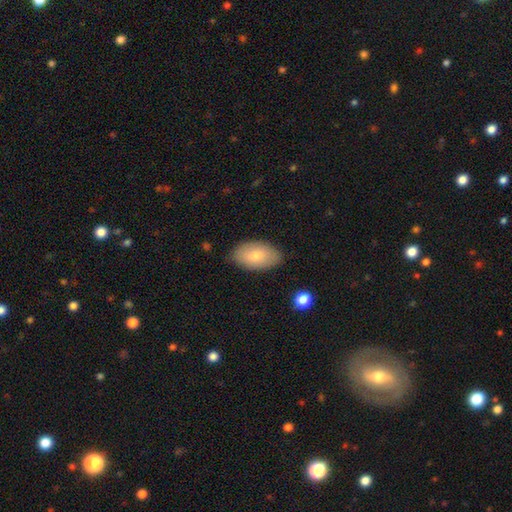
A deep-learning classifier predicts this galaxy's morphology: This is likely a smooth galaxy (78%). How rounded: clearly in between (94%). Merging: clearly none (82%).